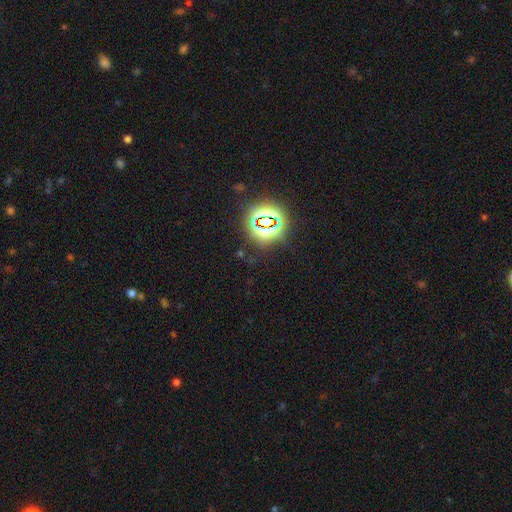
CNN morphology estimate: Smooth or featured? Predicted: star or artifact (p=0.78).